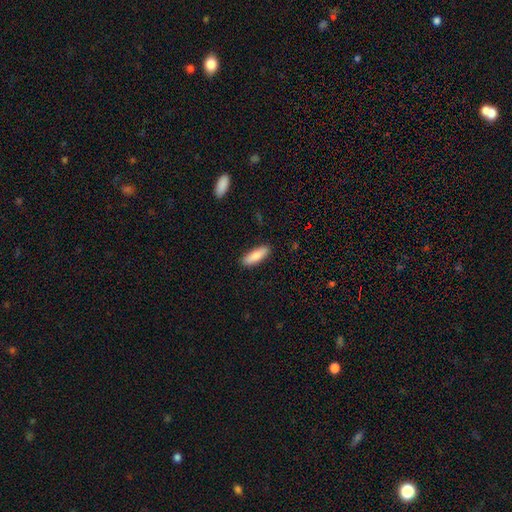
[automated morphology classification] smooth 86%, featured or disk 8%, star or artifact 6%. Down the decision tree: how rounded — in between (57%); merging — none (88%).